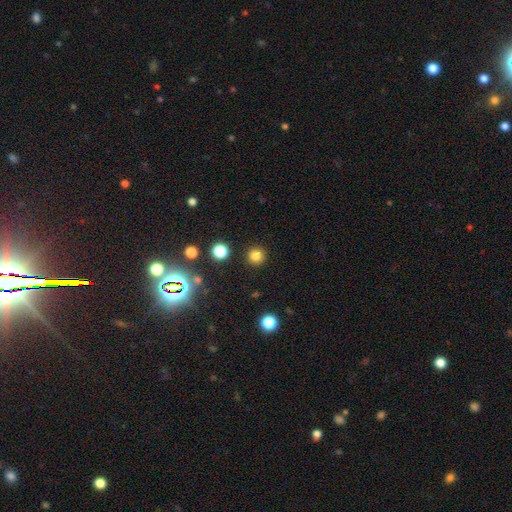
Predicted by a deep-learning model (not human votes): smooth 81%, star or artifact 15%, featured or disk 4%. Down the decision tree: how rounded — round (95%); merging — none (91%).